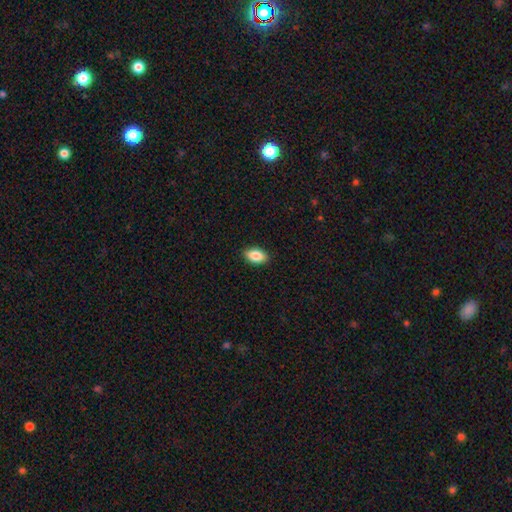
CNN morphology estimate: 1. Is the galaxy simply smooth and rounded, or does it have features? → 86% smooth, 7% star or artifact, 6% featured or disk.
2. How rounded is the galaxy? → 92% in between, 6% round, 2% cigar-shaped.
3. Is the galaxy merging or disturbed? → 90% none, 8% minor disturbance, 2% major disturbance, 1% merger.